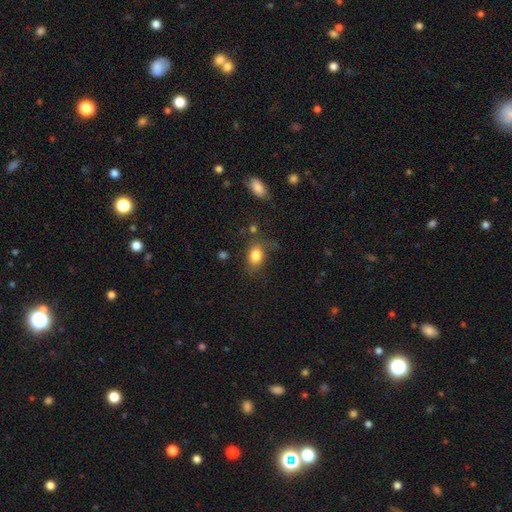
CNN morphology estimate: Smooth or featured: smooth — 82% (star or artifact — 9%)
How rounded: in between — 73% (round — 26%)
Merging: none — 64% (minor disturbance — 22%)